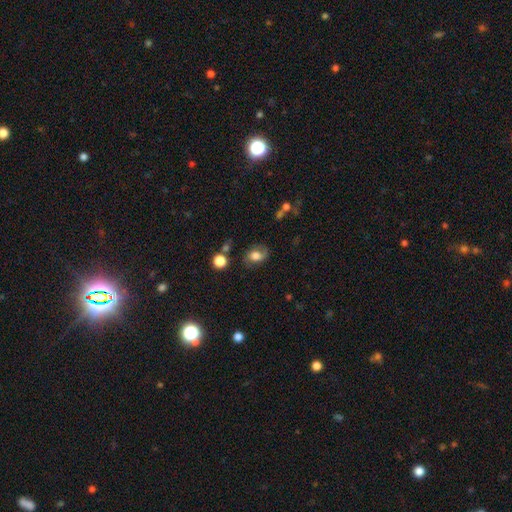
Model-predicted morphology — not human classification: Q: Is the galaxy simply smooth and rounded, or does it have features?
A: smooth — 65%.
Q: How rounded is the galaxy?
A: in between — 71%.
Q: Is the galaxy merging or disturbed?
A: none — 70%.